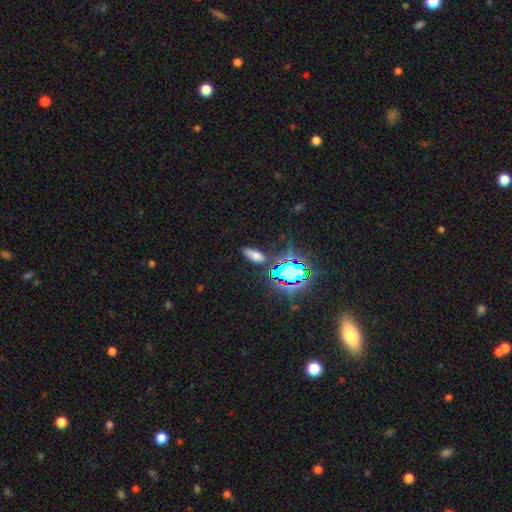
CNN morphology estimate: A smooth galaxy with no disk features (61%) that is in between round and cigar-shaped (73%).

Vote fractions:
- Smooth or featured? smooth: 61% / star or artifact: 29% / featured or disk: 11%
- How rounded? in between: 73% / cigar-shaped: 22% / round: 5%
- Merging? none: 79% / minor disturbance: 13% / major disturbance: 4% / merger: 4%